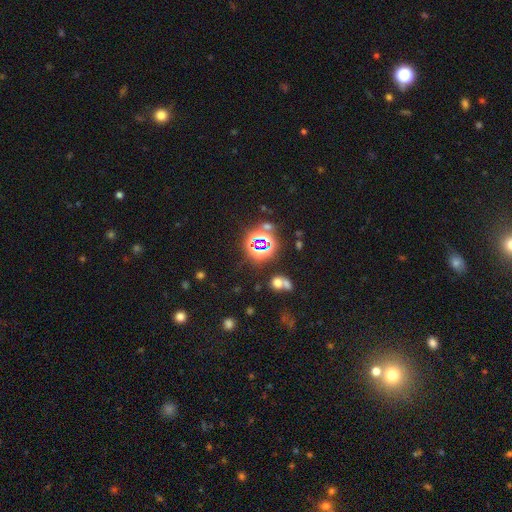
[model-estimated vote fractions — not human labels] A star or artifact, not a galaxy (69%).